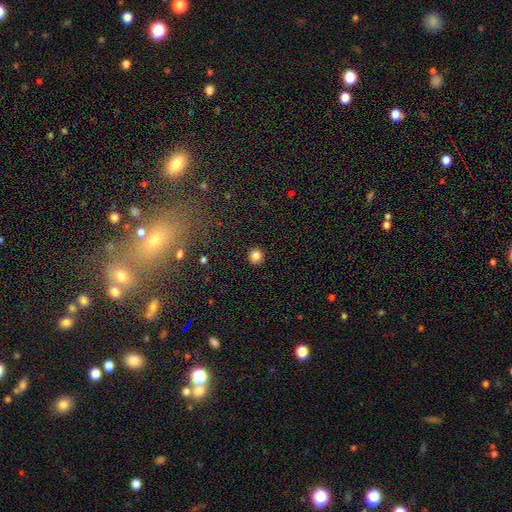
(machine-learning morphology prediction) This appears to be a smooth galaxy with no disk features (84%) that is round (93%). Merging: none (93%).